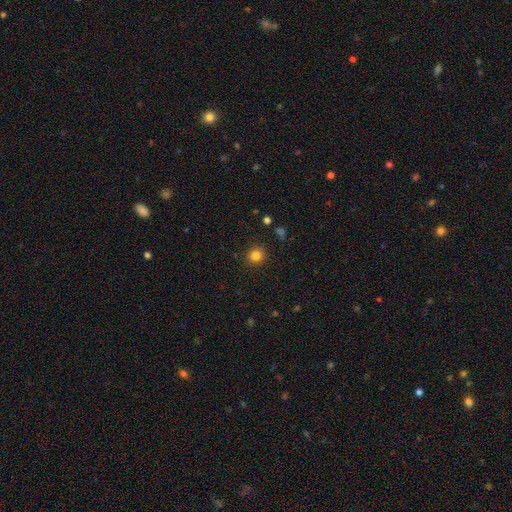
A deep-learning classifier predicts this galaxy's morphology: Smooth or featured? smooth (83%)
How rounded? round (90%)
Merging? none (90%)